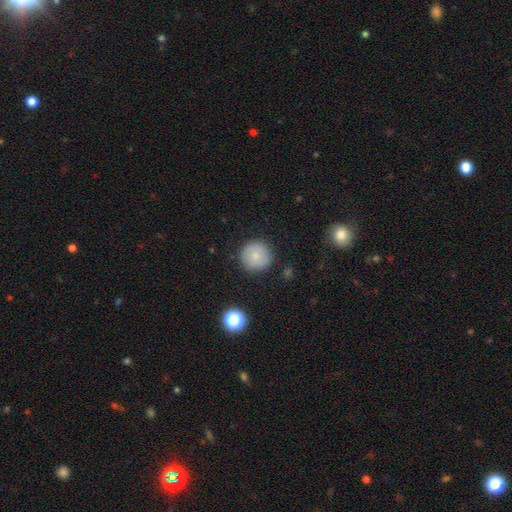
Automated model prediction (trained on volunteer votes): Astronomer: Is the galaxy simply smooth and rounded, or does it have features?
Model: smooth — 81%.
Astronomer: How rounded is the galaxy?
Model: round — 96%.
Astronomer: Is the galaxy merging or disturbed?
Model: none — 89%.